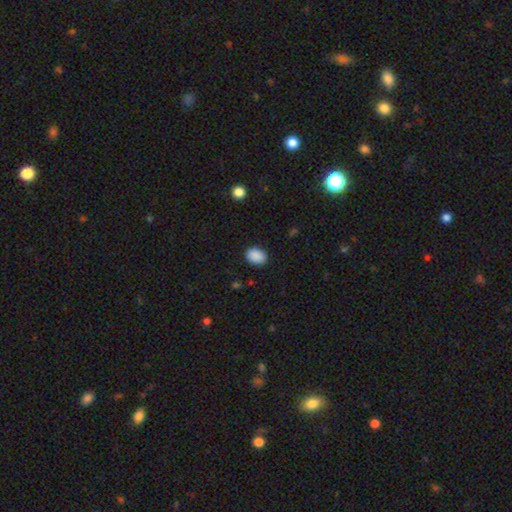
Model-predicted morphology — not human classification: Smooth or featured: smooth — 90% (star or artifact — 8%)
How rounded: in between — 68% (round — 31%)
Merging: none — 88% (minor disturbance — 9%)